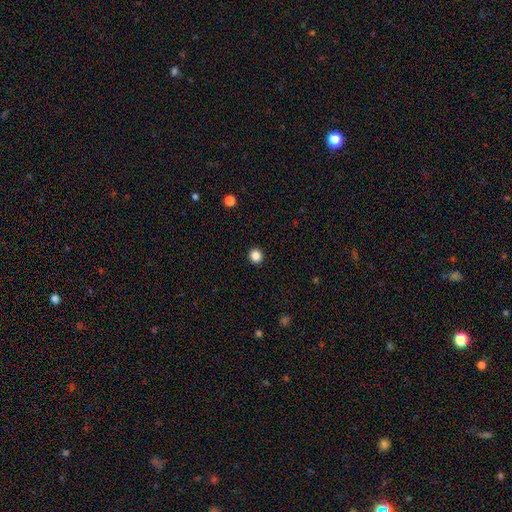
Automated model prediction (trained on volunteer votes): Smooth or featured? smooth (86%)
How rounded? round (91%)
Merging? none (93%)